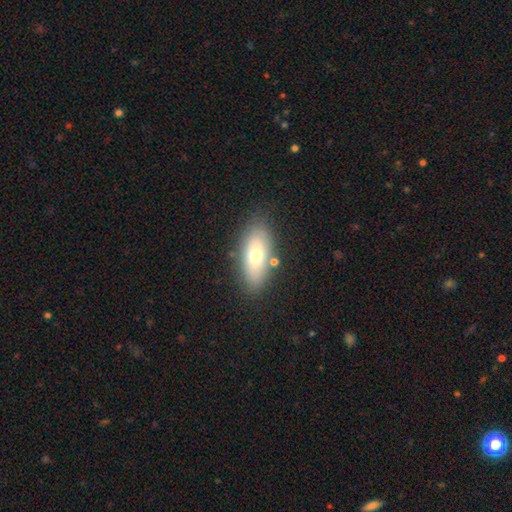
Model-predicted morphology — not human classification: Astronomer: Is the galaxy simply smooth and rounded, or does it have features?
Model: smooth — 67%.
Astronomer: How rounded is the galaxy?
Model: in between — 83%.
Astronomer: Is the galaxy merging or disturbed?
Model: none — 79%.